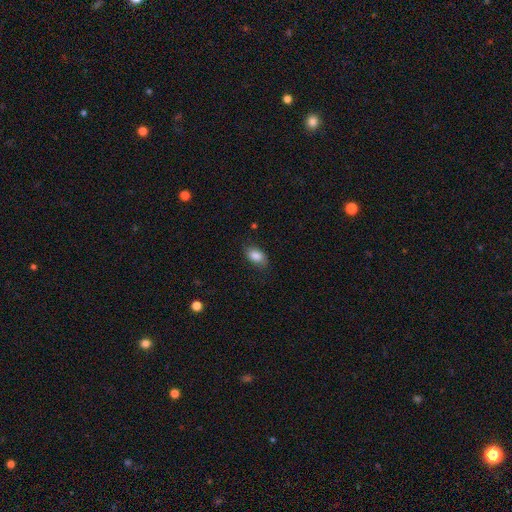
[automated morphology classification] Smooth or featured? smooth (86%)
How rounded? in between (90%)
Merging? none (78%)